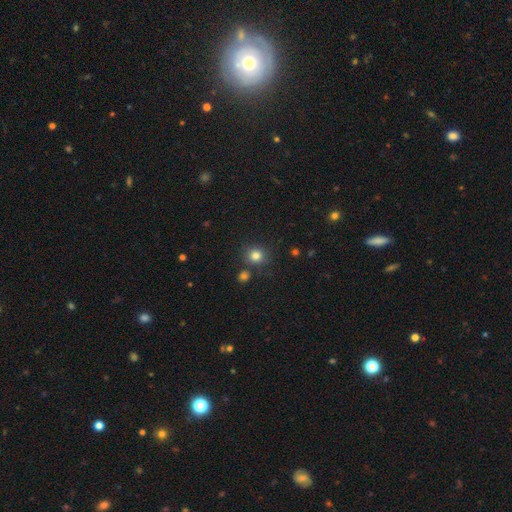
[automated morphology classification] A smooth galaxy with no disk features (81%) that is round (84%).

Vote fractions:
- Smooth or featured? smooth: 81% / star or artifact: 13% / featured or disk: 6%
- How rounded? round: 84% / in between: 15% / cigar-shaped: 1%
- Merging? none: 78% / minor disturbance: 10% / merger: 9% / major disturbance: 3%